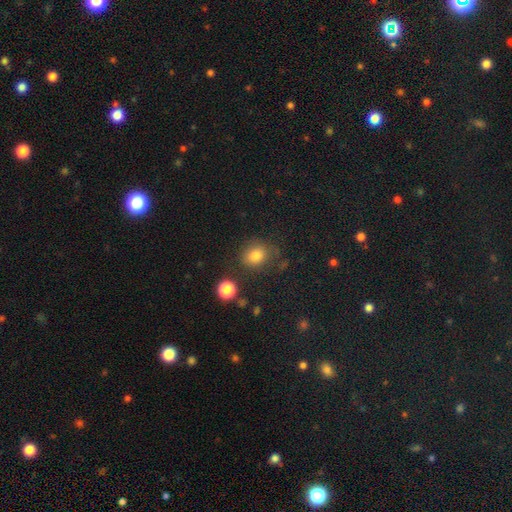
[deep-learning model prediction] Smooth or featured? Predicted: smooth (p=0.79). How rounded? Predicted: round (p=0.64). Merging? Predicted: none (p=0.76).